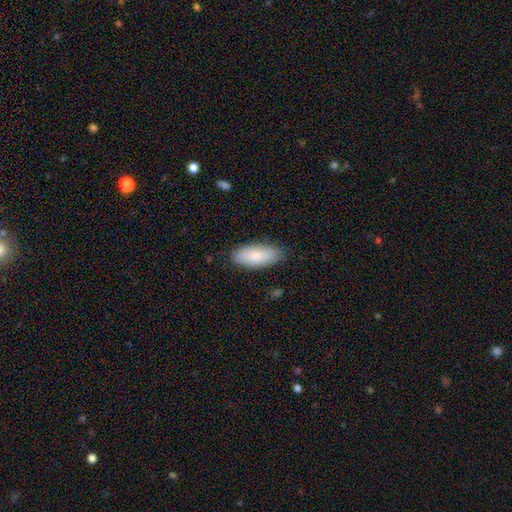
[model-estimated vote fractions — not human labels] Smooth or featured? Predicted: smooth (p=0.83). How rounded? Predicted: in between (p=0.85). Merging? Predicted: none (p=0.83).